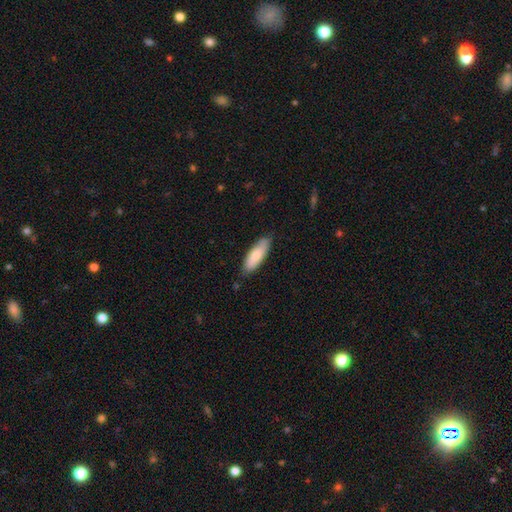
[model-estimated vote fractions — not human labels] The model was most divided on "how rounded": in between: 60%, cigar-shaped: 38%, round: 1%. More confident: merging — none (81%); smooth or featured — smooth (81%).